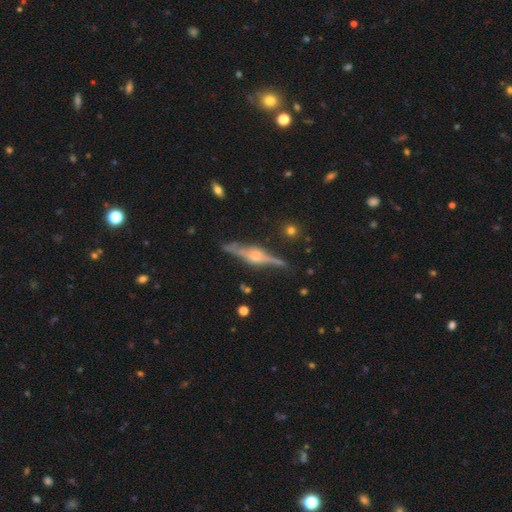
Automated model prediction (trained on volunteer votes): A featured or disk galaxy (84%) viewed edge-on (97%) with a rounded central bulge (80%).

Vote fractions:
- Smooth or featured? featured or disk: 84% / smooth: 10% / star or artifact: 6%
- Edge-on disk? yes: 97% / no: 3%
- Edge-on bulge? rounded: 80% / boxy: 16% / none: 4%
- Merging? none: 84% / minor disturbance: 11% / major disturbance: 3% / merger: 2%